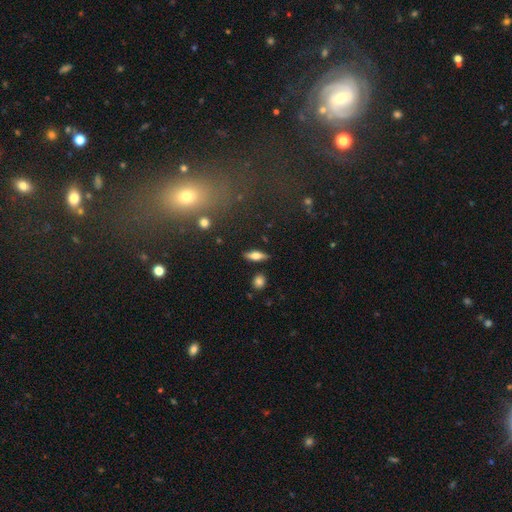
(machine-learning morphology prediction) The model was most divided on "smooth or featured": smooth: 54%, featured or disk: 38%, star or artifact: 8%. More confident: merging — none (85%); how rounded — in between (59%).